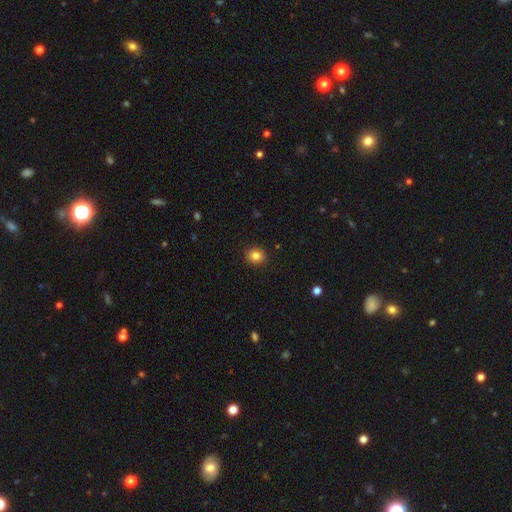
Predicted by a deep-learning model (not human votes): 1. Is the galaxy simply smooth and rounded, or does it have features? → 84% smooth, 11% star or artifact, 5% featured or disk.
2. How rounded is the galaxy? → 81% round, 18% in between, 1% cigar-shaped.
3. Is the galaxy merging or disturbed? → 91% none, 6% minor disturbance, 2% major disturbance, 1% merger.